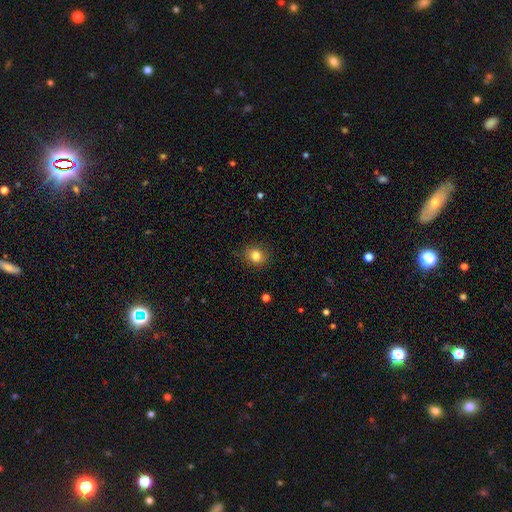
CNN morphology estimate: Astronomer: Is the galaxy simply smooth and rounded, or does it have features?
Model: smooth — 83%.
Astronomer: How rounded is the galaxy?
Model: round — 71%.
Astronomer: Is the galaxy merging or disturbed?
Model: none — 87%.